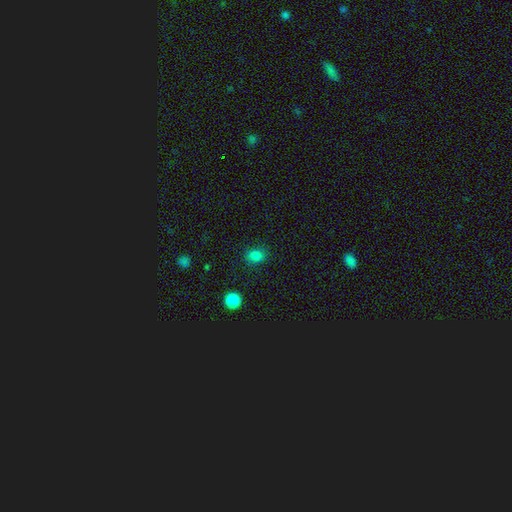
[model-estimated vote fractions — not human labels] smooth 82%, star or artifact 14%, featured or disk 4%. Down the decision tree: how rounded — round (54%); merging — none (85%).